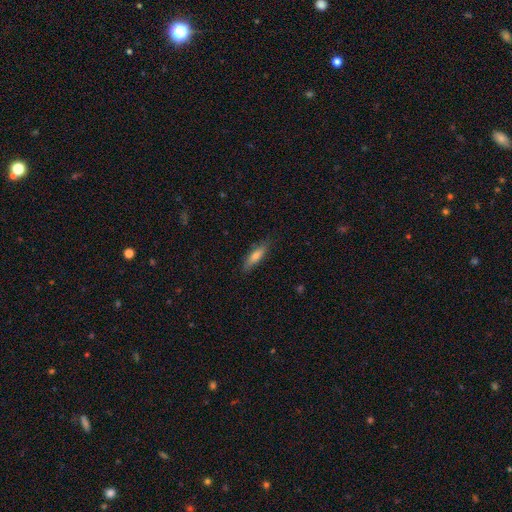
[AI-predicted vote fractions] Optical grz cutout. It shows a smooth galaxy with no disk features (68%) that is cigar-shaped (65%). Merging: none (83%).